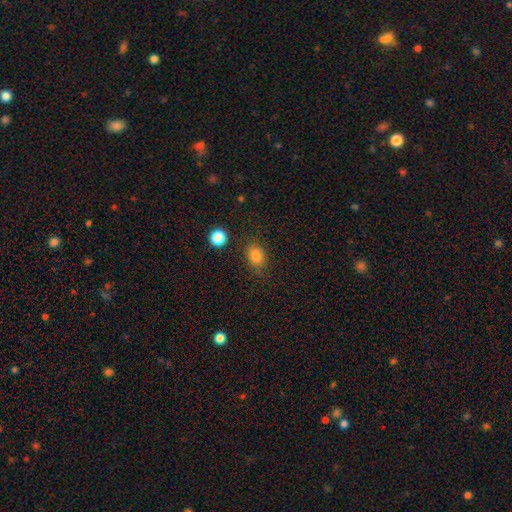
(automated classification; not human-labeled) Smooth or featured? Predicted: smooth (p=0.82). How rounded? Predicted: in between (p=0.54). Merging? Predicted: none (p=0.78).